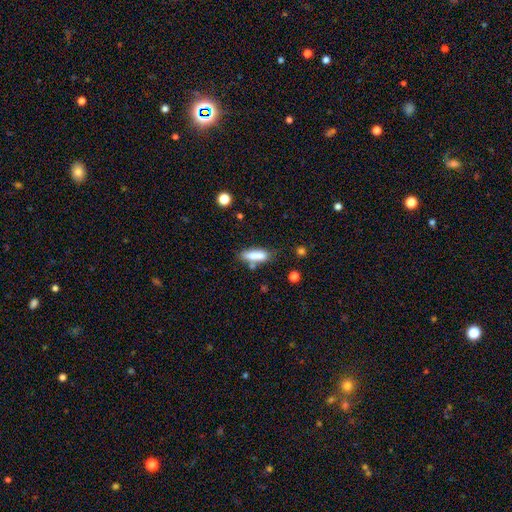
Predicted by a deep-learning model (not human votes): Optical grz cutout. It shows a smooth galaxy with no disk features (78%) that is in between round and cigar-shaped (50%). Merging: none (61%).